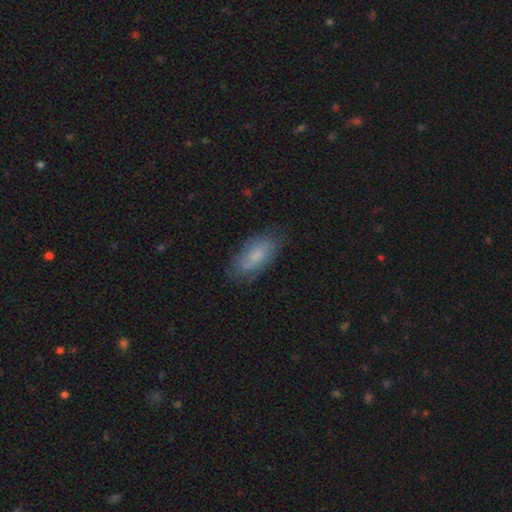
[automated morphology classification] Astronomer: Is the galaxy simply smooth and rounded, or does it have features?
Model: smooth — 72%.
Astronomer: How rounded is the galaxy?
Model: in between — 85%.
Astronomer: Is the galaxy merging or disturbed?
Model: none — 73%.